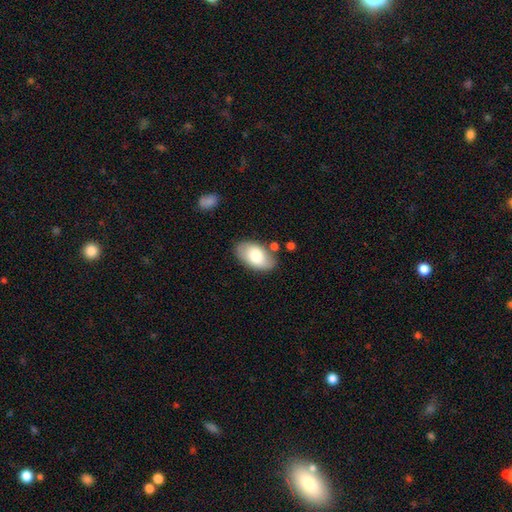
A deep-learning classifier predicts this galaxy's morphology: type=smooth (76%); roundness=in between (94%); merging=none (77%).